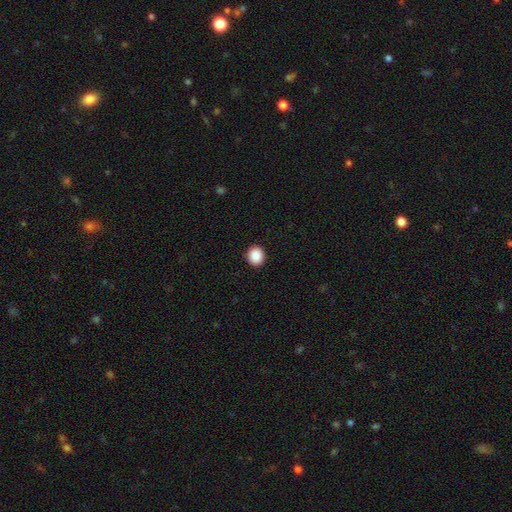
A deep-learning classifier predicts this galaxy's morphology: Smooth or featured: smooth — 90% (star or artifact — 8%)
How rounded: round — 79% (in between — 20%)
Merging: none — 92% (minor disturbance — 5%)